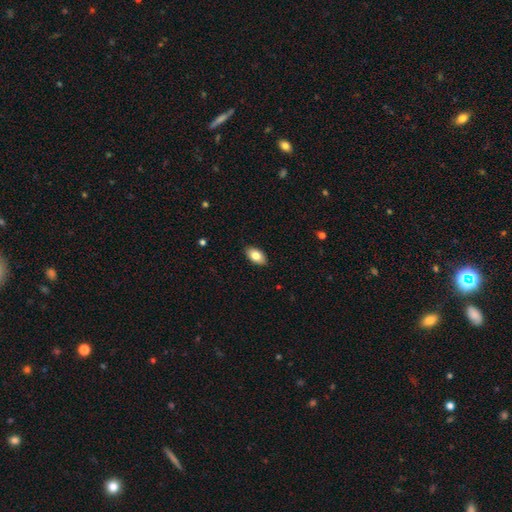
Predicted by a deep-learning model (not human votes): Morphology: type=smooth (81%); roundness=in between (93%); merging=none (89%).